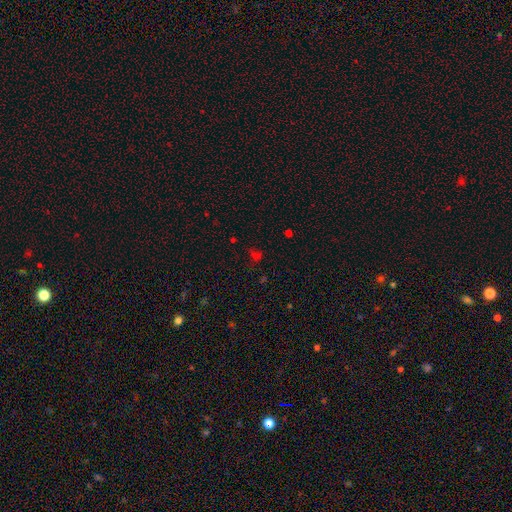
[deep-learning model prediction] Smooth or featured? Predicted: star or artifact (p=0.49).